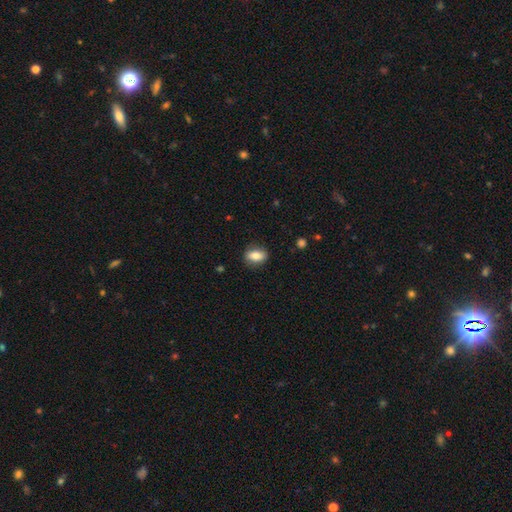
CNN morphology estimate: A smooth galaxy with no disk features (77%) that is in between round and cigar-shaped (72%). Merging: none (84%).